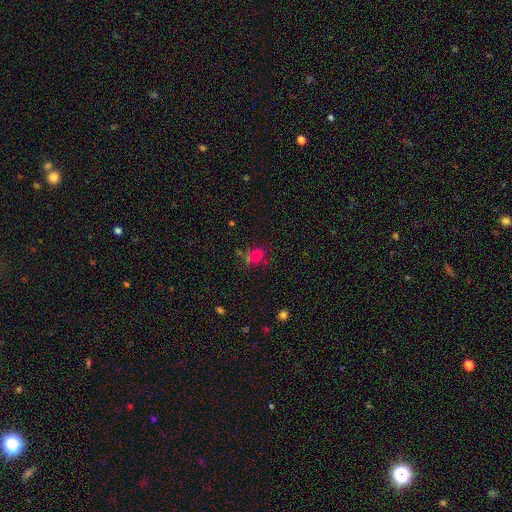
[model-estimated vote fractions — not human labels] smooth_or_featured: smooth (p=0.71) [alt: star or artifact p=0.19]
how_rounded: round (p=0.59) [alt: in between p=0.40]
merging: none (p=0.57) [alt: merger p=0.20]